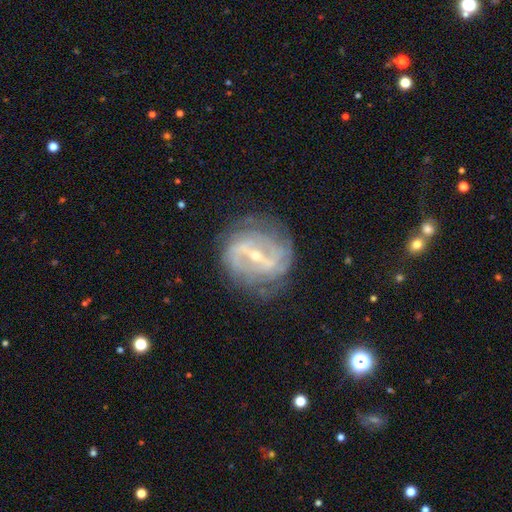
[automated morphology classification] Q: Smooth or featured?
A: featured or disk (86%); runner-up: smooth (8%)
Q: Edge-on disk?
A: no (95%); runner-up: yes (5%)
Q: Bar?
A: strong (57%); runner-up: weak (33%)
Q: Spiral arms?
A: yes (88%); runner-up: no (12%)
Q: Spiral winding?
A: tight (51%); runner-up: medium (34%)
Q: Spiral arm count?
A: 2 (38%); runner-up: can't tell (34%)
Q: Bulge size?
A: small (68%); runner-up: moderate (29%)
Q: Merging?
A: none (74%); runner-up: minor disturbance (16%)